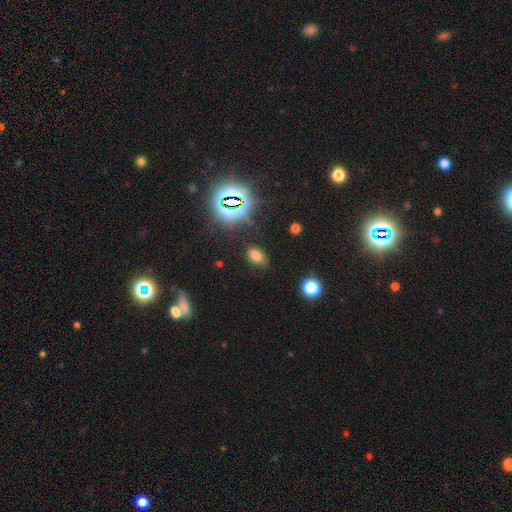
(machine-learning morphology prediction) The model was most divided on "smooth or featured": smooth: 67%, star or artifact: 25%, featured or disk: 8%. More confident: how rounded — in between (83%); merging — none (80%).